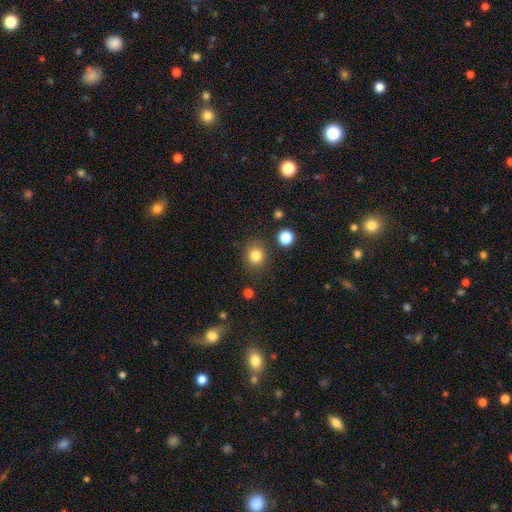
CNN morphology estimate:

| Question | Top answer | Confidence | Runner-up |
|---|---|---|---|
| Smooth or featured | smooth | 83% | star or artifact (12%) |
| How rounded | round | 82% | in between (17%) |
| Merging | none | 85% | minor disturbance (9%) |